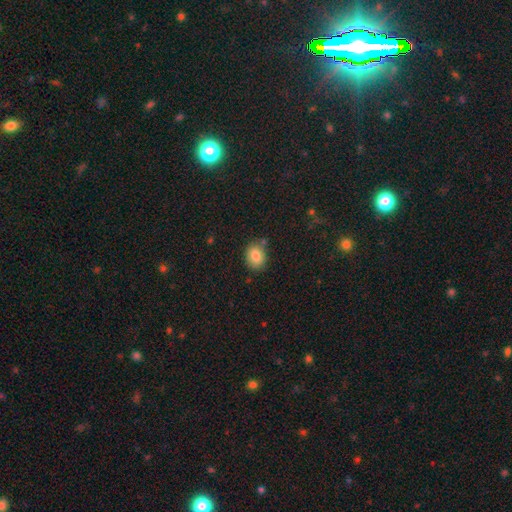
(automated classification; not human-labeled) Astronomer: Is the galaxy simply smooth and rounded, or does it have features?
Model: smooth — 84%.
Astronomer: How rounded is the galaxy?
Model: in between — 53% (runner-up: round, 46%).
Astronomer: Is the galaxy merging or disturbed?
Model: none — 78%.